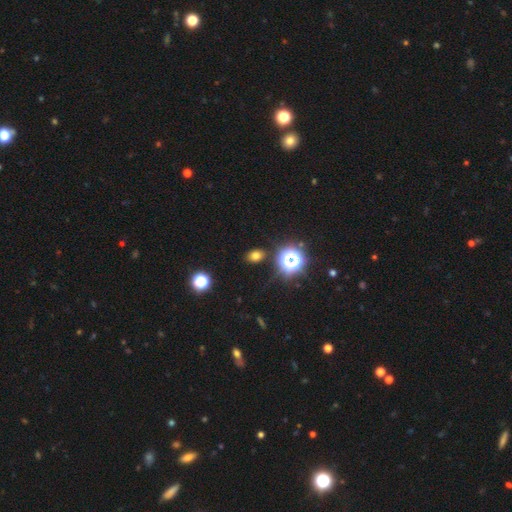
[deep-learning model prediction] smooth 72%, star or artifact 21%, featured or disk 7%. Down the decision tree: how rounded — in between (60%); merging — none (85%).